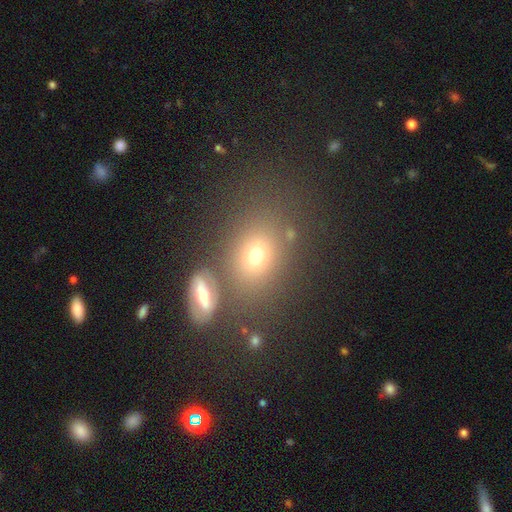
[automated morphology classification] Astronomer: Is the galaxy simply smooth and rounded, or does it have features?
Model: smooth — 69%.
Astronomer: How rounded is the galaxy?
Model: in between — 51% (runner-up: round, 47%).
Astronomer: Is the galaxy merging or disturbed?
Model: none — 69%.